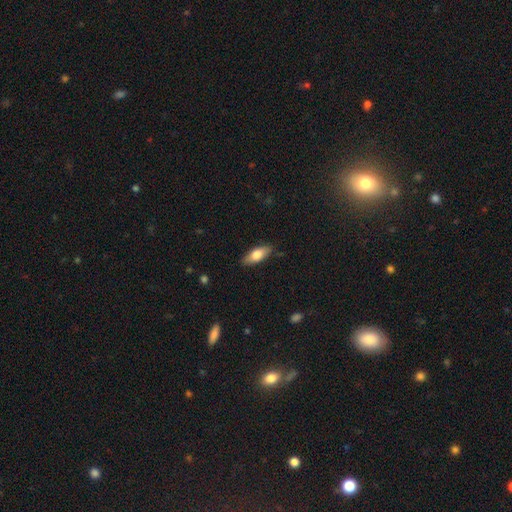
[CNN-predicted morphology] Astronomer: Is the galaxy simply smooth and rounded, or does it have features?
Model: smooth — 74%.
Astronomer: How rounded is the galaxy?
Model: in between — 75%.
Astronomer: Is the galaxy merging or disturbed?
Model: none — 84%.